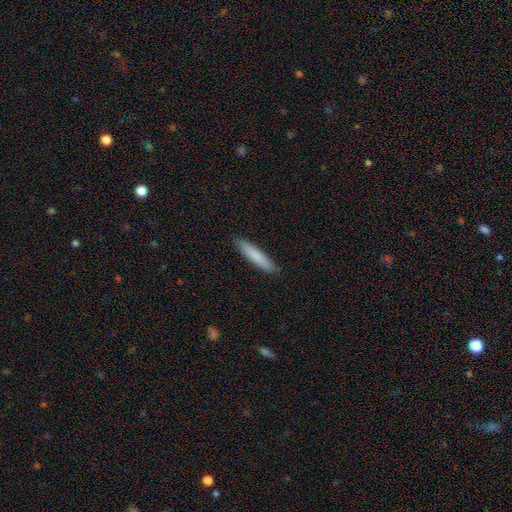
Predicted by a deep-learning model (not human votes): smooth 81%, featured or disk 13%, star or artifact 5%. Down the decision tree: how rounded — cigar-shaped (88%); merging — none (90%).